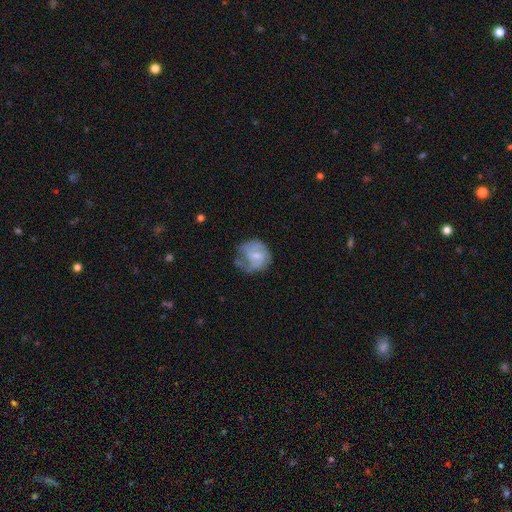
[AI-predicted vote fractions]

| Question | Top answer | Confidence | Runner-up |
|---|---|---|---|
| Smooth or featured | featured or disk | 52% | smooth (41%) |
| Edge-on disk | no | 98% | yes (2%) |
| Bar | no | 46% | tied: weak (46%) |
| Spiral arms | yes | 67% | no (33%) |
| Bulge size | small | 46% | moderate (32%) |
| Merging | none | 42% | minor disturbance (30%) |